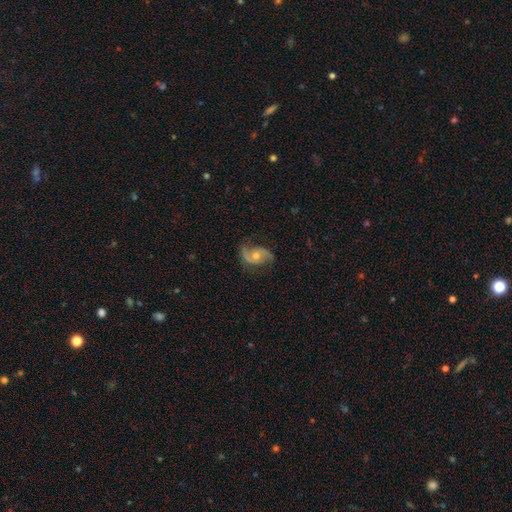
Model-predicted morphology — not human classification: featured or disk 83%, smooth 10%, star or artifact 7%. Down the decision tree: edge-on disk — no (97%); bar — no (63%); spiral arms — yes (95%); spiral arm count — 2 (90%); spiral winding — medium (44%); bulge size — moderate (56%); merging — none (72%).